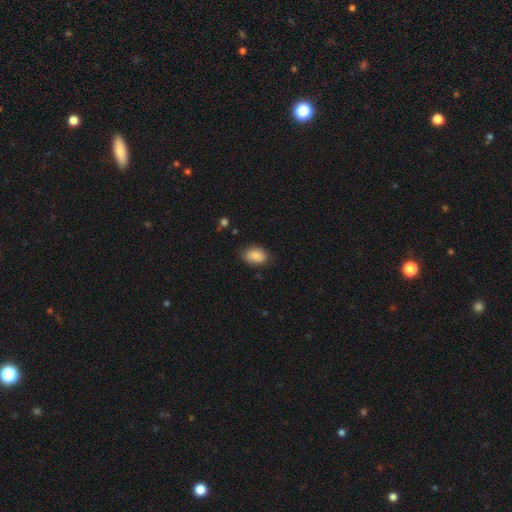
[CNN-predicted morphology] smooth_or_featured: smooth (p=0.87) [alt: star or artifact p=0.07]
how_rounded: in between (p=0.84) [alt: round p=0.15]
merging: none (p=0.79) [alt: minor disturbance p=0.17]